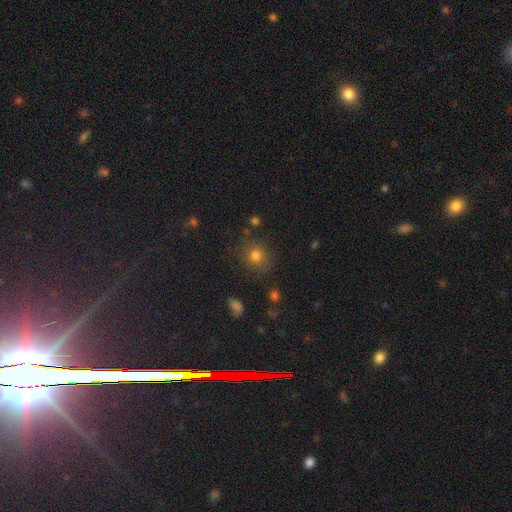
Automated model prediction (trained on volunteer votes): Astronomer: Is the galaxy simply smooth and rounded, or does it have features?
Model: smooth — 76%.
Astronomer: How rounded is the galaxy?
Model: round — 80%.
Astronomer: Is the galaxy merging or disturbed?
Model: none — 79%.